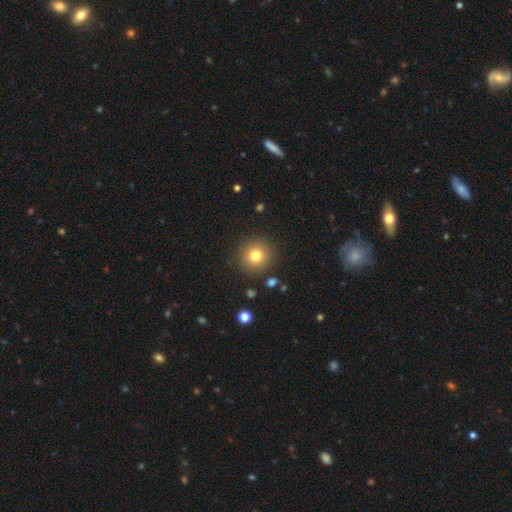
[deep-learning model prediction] This appears to be a smooth galaxy with no disk features (79%) that is round (93%). Merging: none (88%).